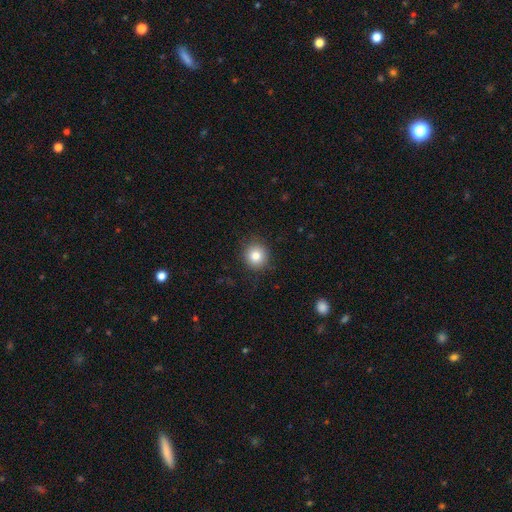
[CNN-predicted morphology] Overall: smooth (83%). How rounded: round (91%). Merging: none (88%).